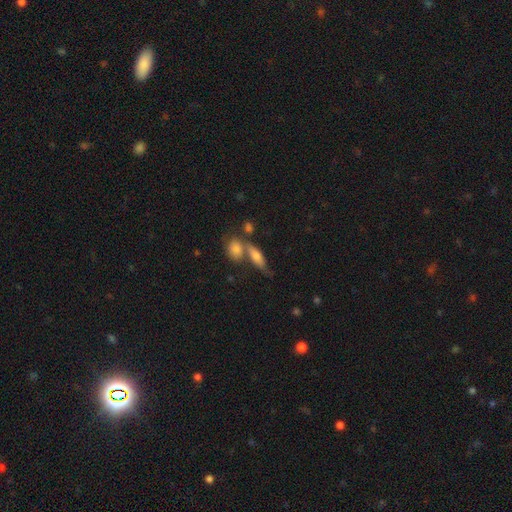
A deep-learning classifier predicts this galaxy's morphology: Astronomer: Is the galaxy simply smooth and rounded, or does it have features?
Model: smooth — 61%.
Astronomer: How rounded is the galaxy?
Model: in between — 53% (runner-up: cigar-shaped, 40%).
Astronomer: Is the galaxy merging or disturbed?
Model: none — 47% (runner-up: merger, 31%).